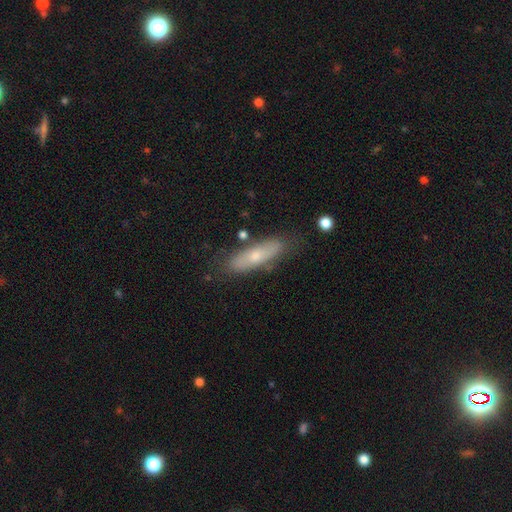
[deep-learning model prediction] Morphology: type=smooth (55%); roundness=cigar-shaped (55%); merging=none (75%).